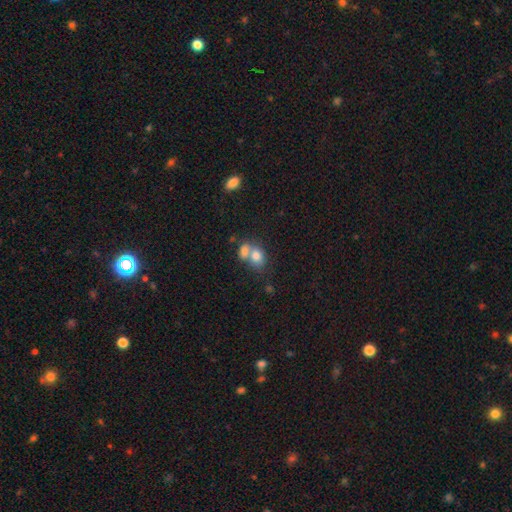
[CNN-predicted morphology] This is likely a smooth galaxy (76%). How rounded: possibly in between (54%). Merging: likely merger (61%).